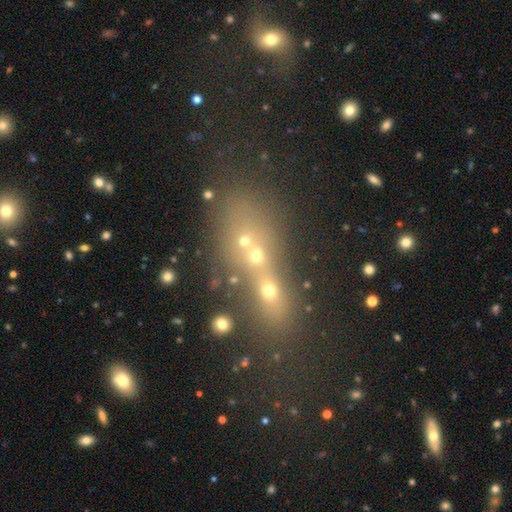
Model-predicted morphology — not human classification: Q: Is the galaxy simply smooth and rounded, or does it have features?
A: smooth — 42%.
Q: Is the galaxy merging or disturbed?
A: merger — 56%.